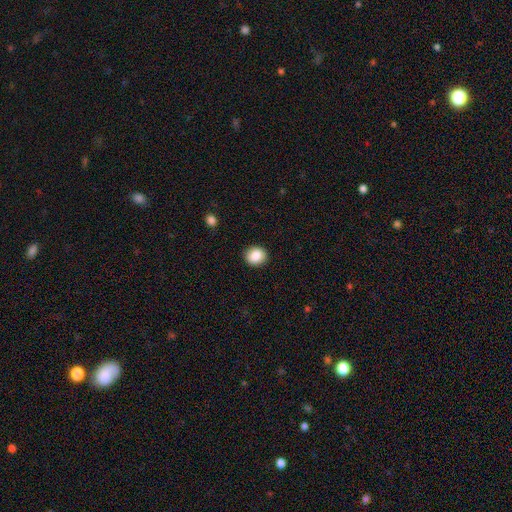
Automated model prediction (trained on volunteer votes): Overall: smooth (87%). How rounded: round (74%). Merging: none (90%).